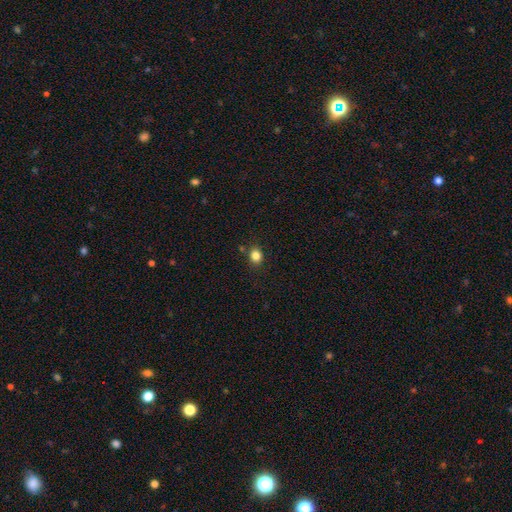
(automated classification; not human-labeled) Smooth or featured: smooth — 83% (star or artifact — 12%)
How rounded: round — 66% (in between — 33%)
Merging: none — 84% (minor disturbance — 10%)